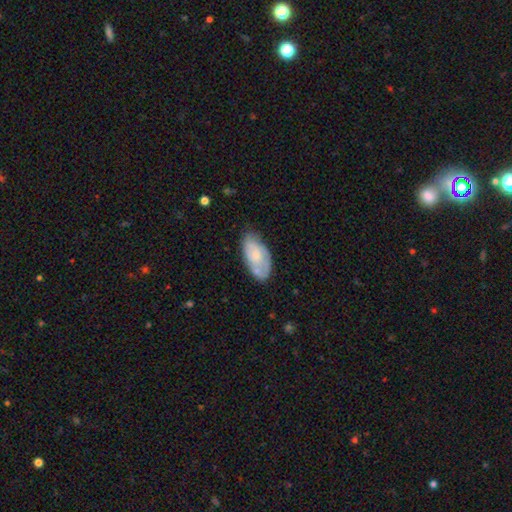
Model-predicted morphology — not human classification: Overall: smooth (51%; featured or disk 43%). How rounded: in between (93%). Merging: none (62%; minor disturbance 28%).